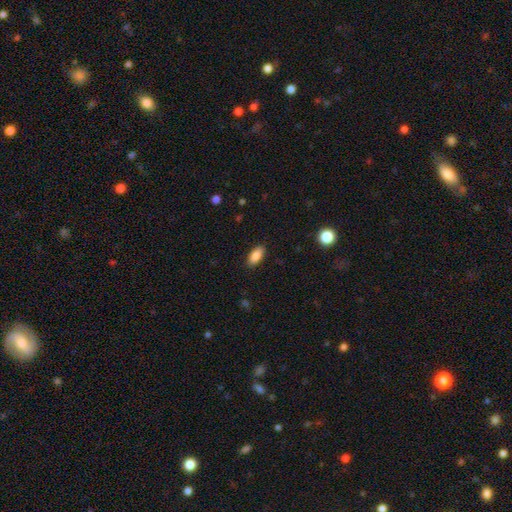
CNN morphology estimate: type=smooth (87%); roundness=in between (88%); merging=none (88%).